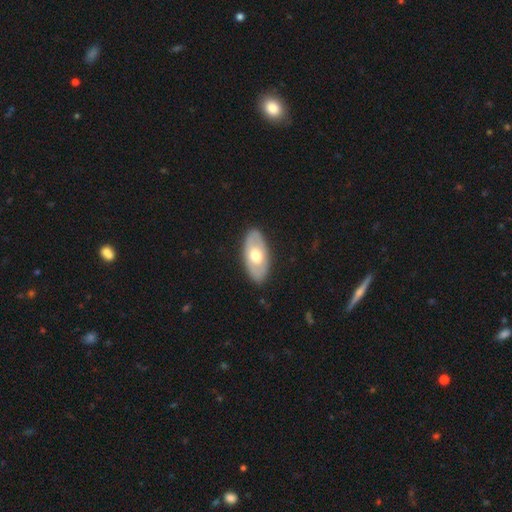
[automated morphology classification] Smooth or featured: smooth — 51% (featured or disk — 44%)
How rounded: in between — 92% (round — 4%)
Merging: none — 87% (minor disturbance — 10%)